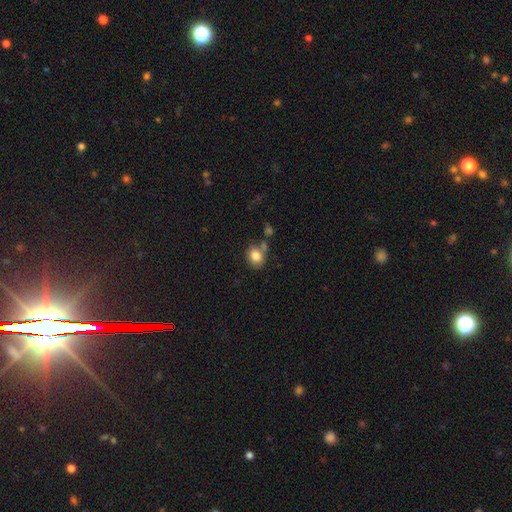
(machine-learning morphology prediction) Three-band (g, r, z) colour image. It shows a smooth galaxy with no disk features (83%) that is round (53%). Merging: none (58%).